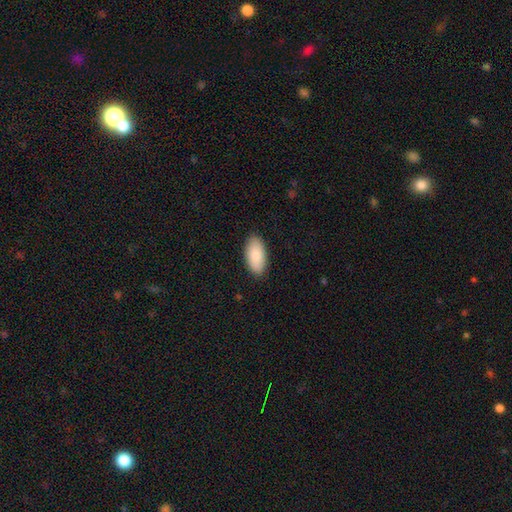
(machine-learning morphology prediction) Q: Smooth or featured?
A: smooth (88%); runner-up: featured or disk (6%)
Q: How rounded?
A: in between (94%); runner-up: cigar-shaped (4%)
Q: Merging?
A: none (88%); runner-up: minor disturbance (9%)